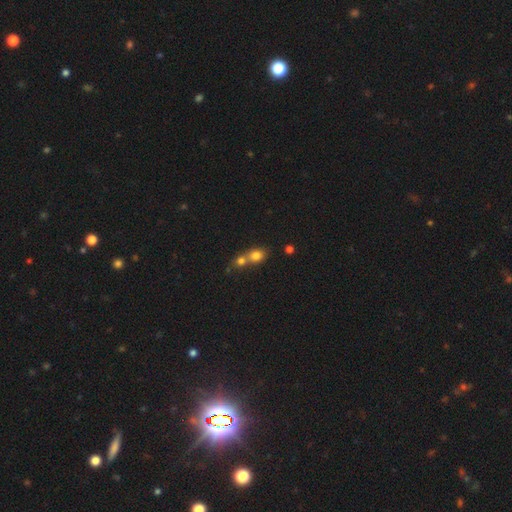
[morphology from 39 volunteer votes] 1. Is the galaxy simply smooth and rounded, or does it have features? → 92% smooth, 8% featured or disk, 0% star or artifact.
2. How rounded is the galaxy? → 72% round, 25% in between, 3% cigar-shaped.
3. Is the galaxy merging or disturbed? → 51% merger, 44% none, 3% minor disturbance, 3% major disturbance.